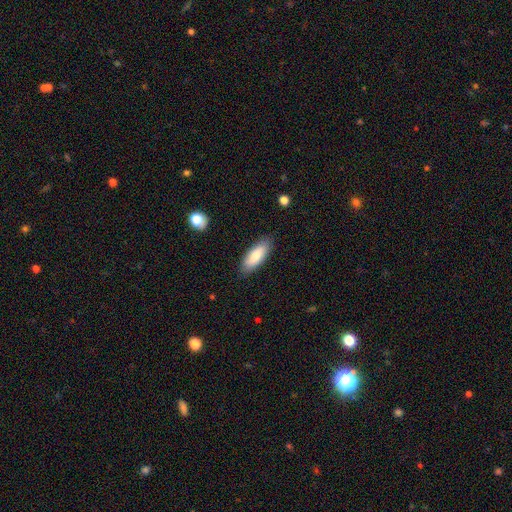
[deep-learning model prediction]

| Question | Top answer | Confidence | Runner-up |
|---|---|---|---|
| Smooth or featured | smooth | 82% | featured or disk (13%) |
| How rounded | in between | 70% | cigar-shaped (29%) |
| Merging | none | 86% | minor disturbance (11%) |